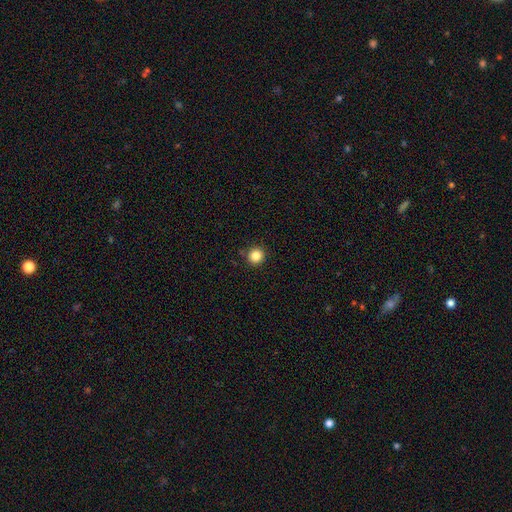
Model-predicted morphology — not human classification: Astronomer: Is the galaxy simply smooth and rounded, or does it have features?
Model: smooth — 84%.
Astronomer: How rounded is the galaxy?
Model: round — 95%.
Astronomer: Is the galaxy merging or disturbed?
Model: none — 90%.